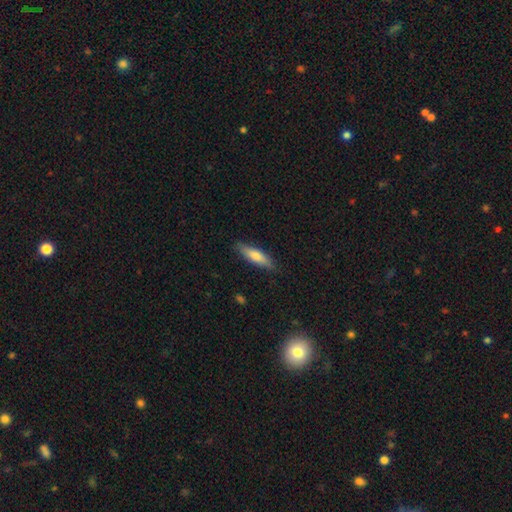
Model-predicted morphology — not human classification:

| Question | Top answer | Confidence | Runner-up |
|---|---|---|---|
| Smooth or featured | smooth | 71% | featured or disk (23%) |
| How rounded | cigar-shaped | 66% | in between (32%) |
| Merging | none | 86% | minor disturbance (11%) |